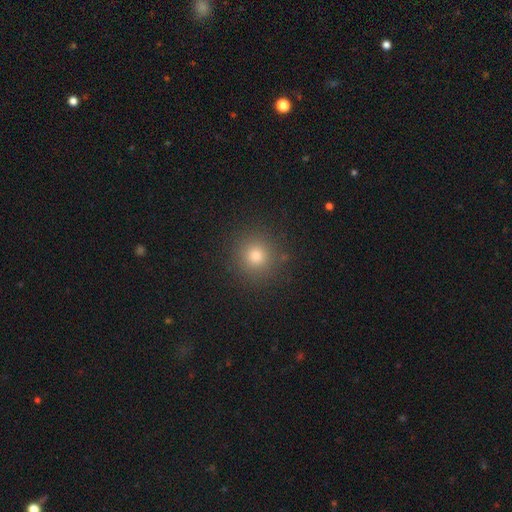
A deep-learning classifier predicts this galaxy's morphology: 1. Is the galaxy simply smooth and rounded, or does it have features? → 77% smooth, 17% star or artifact, 7% featured or disk.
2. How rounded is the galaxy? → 92% round, 7% in between, 1% cigar-shaped.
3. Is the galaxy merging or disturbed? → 90% none, 7% minor disturbance, 2% major disturbance, 1% merger.